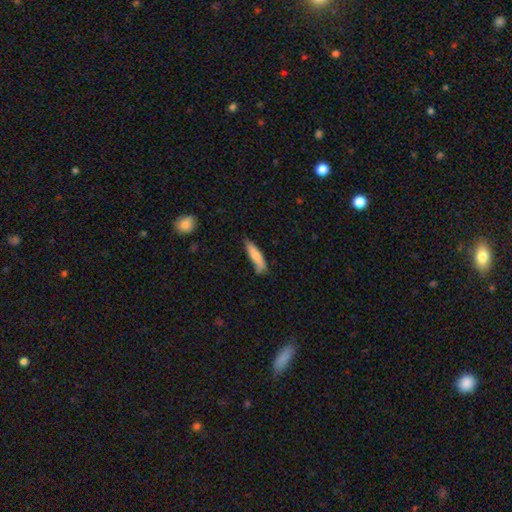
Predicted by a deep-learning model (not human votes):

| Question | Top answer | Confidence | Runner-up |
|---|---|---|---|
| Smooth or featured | smooth | 79% | featured or disk (15%) |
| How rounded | cigar-shaped | 73% | in between (25%) |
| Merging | none | 63% | minor disturbance (28%) |